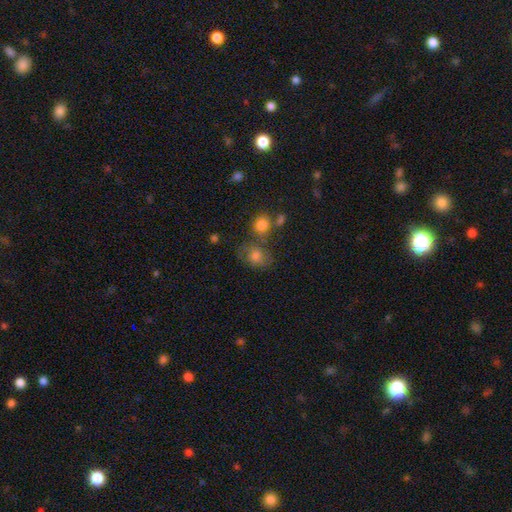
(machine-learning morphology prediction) Q: Smooth or featured?
A: smooth (71%); runner-up: featured or disk (17%)
Q: How rounded?
A: round (55%); runner-up: in between (44%)
Q: Merging?
A: none (48%); runner-up: merger (21%)